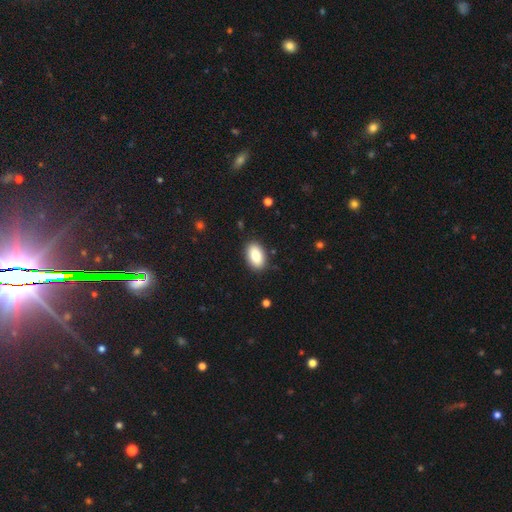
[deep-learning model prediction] Overall: smooth (87%). How rounded: in between (93%). Merging: none (88%).